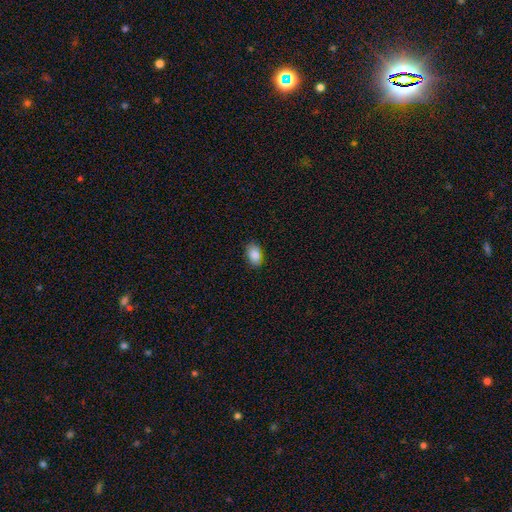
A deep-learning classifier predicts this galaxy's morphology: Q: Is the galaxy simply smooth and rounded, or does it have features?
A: smooth — 87%.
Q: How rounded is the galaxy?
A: in between — 90%.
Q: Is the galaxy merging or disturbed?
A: none — 86%.